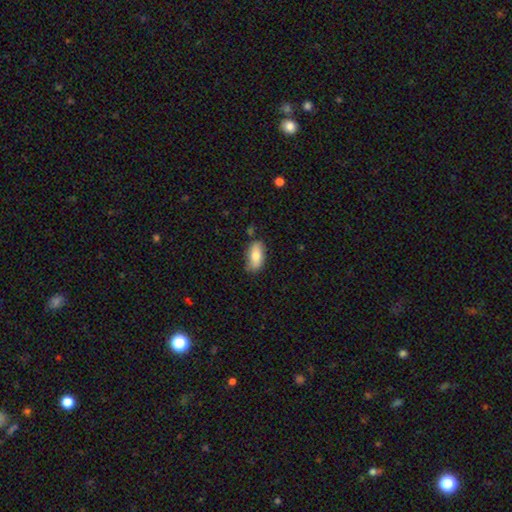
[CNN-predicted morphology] This appears to be a smooth galaxy with no disk features (75%) that is in between round and cigar-shaped (88%). Merging: none (75%).